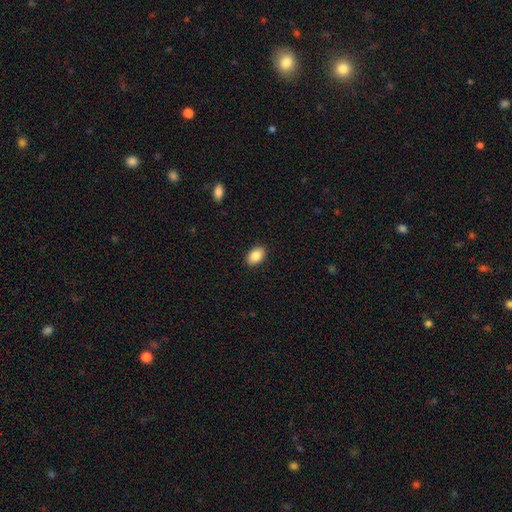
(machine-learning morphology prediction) Q: Smooth or featured?
A: smooth (88%); runner-up: star or artifact (7%)
Q: How rounded?
A: in between (86%); runner-up: round (13%)
Q: Merging?
A: none (90%); runner-up: minor disturbance (7%)